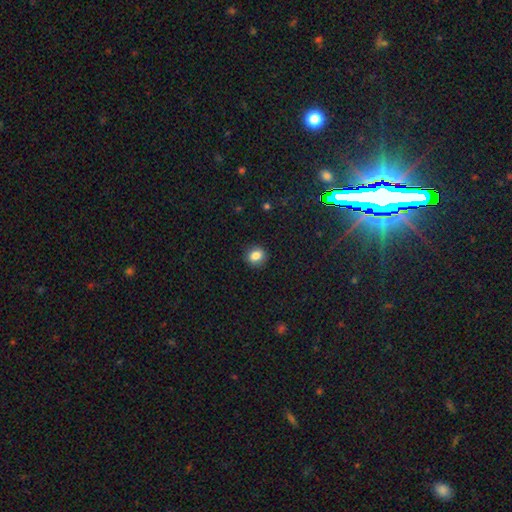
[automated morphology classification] Overall: smooth (84%). How rounded: round (68%; in between 31%). Merging: none (88%).